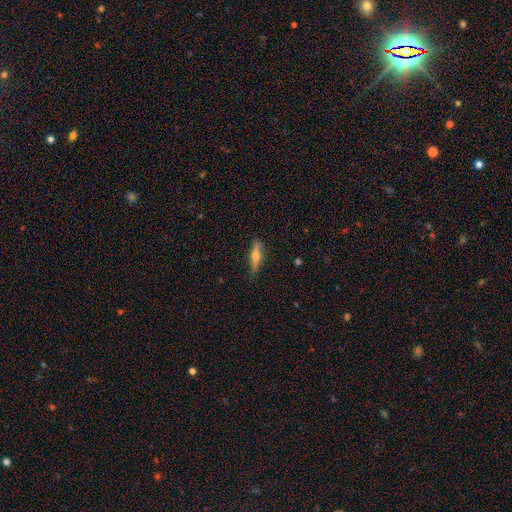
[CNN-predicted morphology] Smooth or featured? Predicted: smooth (p=0.52). How rounded? Predicted: cigar-shaped (p=0.71). Merging? Predicted: none (p=0.81).